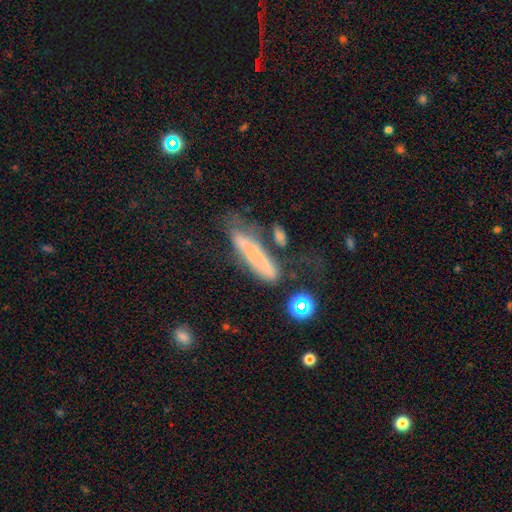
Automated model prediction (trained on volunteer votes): A smooth galaxy with no disk features (45%). Merging: none (29%, tied with major disturbance).